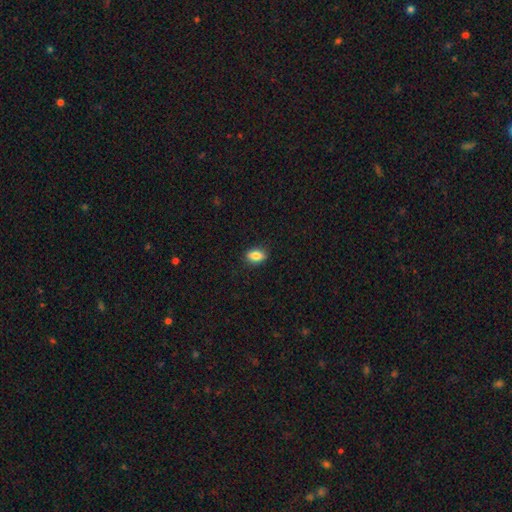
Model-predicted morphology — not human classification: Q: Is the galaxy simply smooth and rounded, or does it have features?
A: smooth — 85%.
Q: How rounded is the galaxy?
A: in between — 85%.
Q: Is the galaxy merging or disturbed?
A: none — 86%.